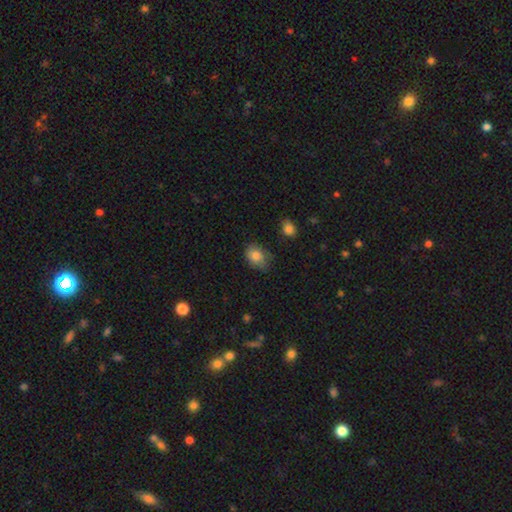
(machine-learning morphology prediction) Overall: smooth (80%). How rounded: in between (71%). Merging: none (63%; minor disturbance 29%).